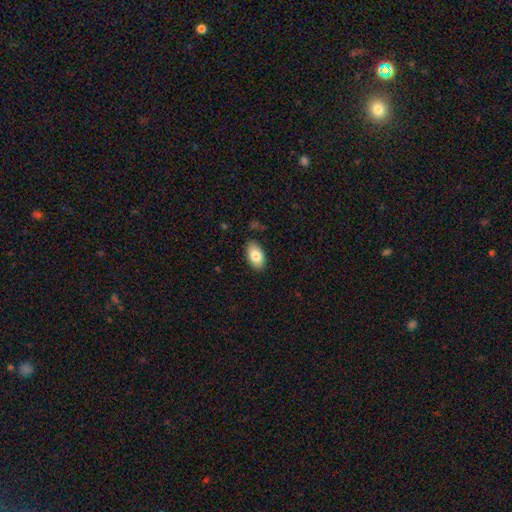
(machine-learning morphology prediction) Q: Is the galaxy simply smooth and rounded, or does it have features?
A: smooth — 82%.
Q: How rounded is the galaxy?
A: in between — 94%.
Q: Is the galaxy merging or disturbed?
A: none — 86%.